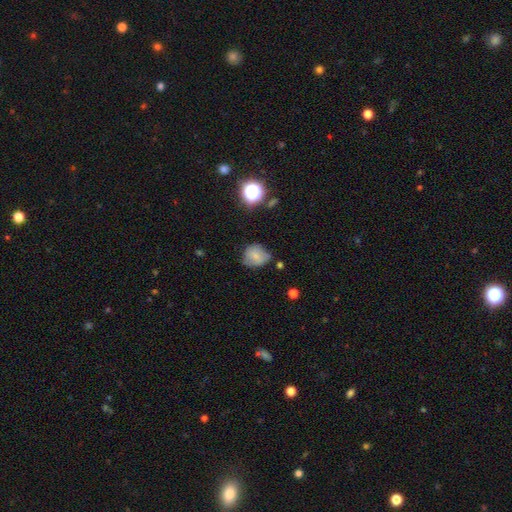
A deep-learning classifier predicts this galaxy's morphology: A smooth galaxy with no disk features (69%) that is round (68%). Merging: none (53%).